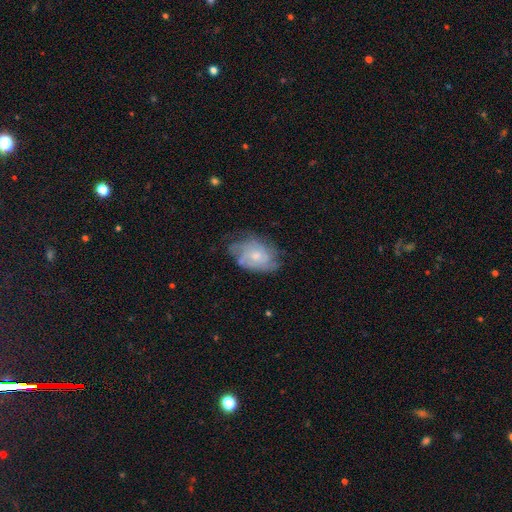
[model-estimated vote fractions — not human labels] Smooth or featured: featured or disk — 62% (smooth — 31%)
Edge-on disk: no — 96% (yes — 4%)
Bar: no — 78% (weak — 20%)
Spiral arms: yes — 76% (no — 24%)
Bulge size: moderate — 46% (small — 45%)
Merging: none — 56% (minor disturbance — 29%)